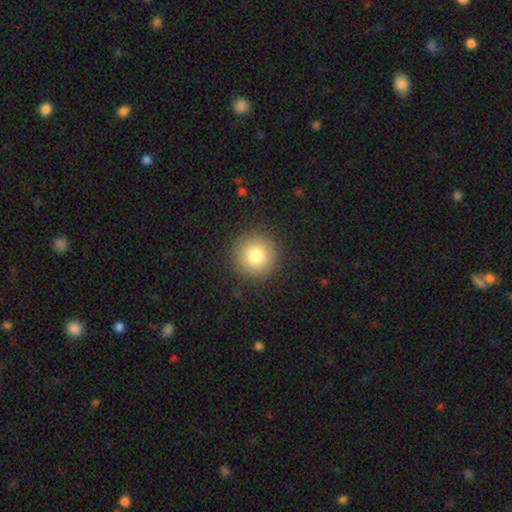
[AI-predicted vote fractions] This is clearly a smooth galaxy (81%). How rounded: clearly round (95%). Merging: clearly none (90%).